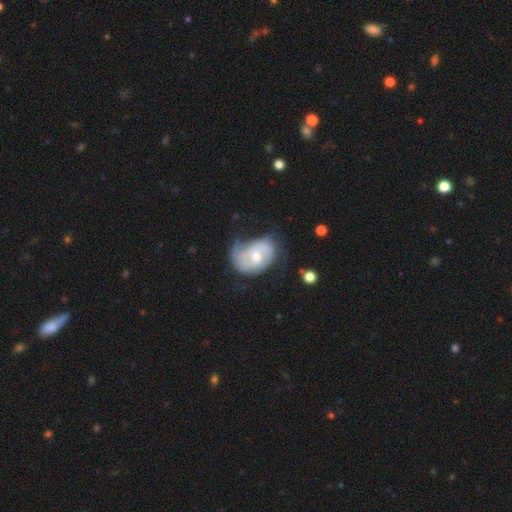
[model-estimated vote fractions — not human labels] Smooth or featured? Predicted: featured or disk (p=0.60). Edge-on disk? Predicted: no (p=0.97). Bar? Predicted: no (p=0.67). Spiral arms? Predicted: yes (p=0.69). Bulge size? Predicted: moderate (p=0.63). Merging? Predicted: none (p=0.38).